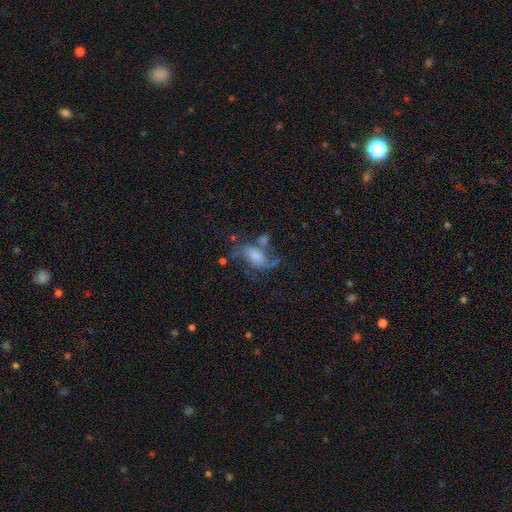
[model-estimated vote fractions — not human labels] A featured or disk galaxy (62%) with no bar (50%), 2 (80%) loose (67%) spiral arms (85%) and a moderate central bulge (28%).

Vote fractions:
- Smooth or featured? featured or disk: 62% / smooth: 28% / star or artifact: 10%
- Edge-on disk? no: 95% / yes: 5%
- Bar? no: 50% / weak: 37% / strong: 14%
- Spiral arms? yes: 85% / no: 15%
- Spiral winding? loose: 67% / medium: 26% / tight: 7%
- Spiral arm count? 2: 80% / 1: 7% / can't tell: 7% / 3: 3% / 4: 2% / more than 4: 1%
- Bulge size? moderate: 28% / large: 24% / none: 22% / small: 22% / dominant: 5%
- Merging? none: 37% / major disturbance: 28% / minor disturbance: 20% / merger: 16%